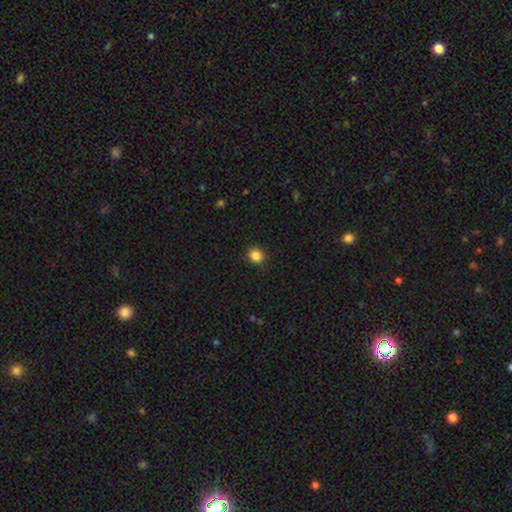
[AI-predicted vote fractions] Q: Smooth or featured?
A: smooth (85%); runner-up: star or artifact (11%)
Q: How rounded?
A: round (86%); runner-up: in between (13%)
Q: Merging?
A: none (90%); runner-up: minor disturbance (7%)